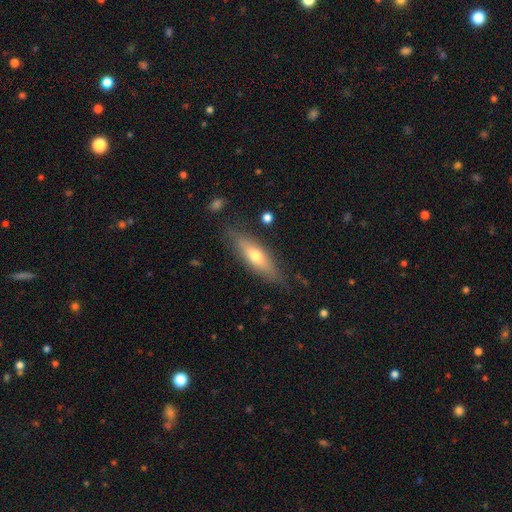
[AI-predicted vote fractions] A smooth galaxy with no disk features (55%) that is cigar-shaped (58%). Merging: none (80%).